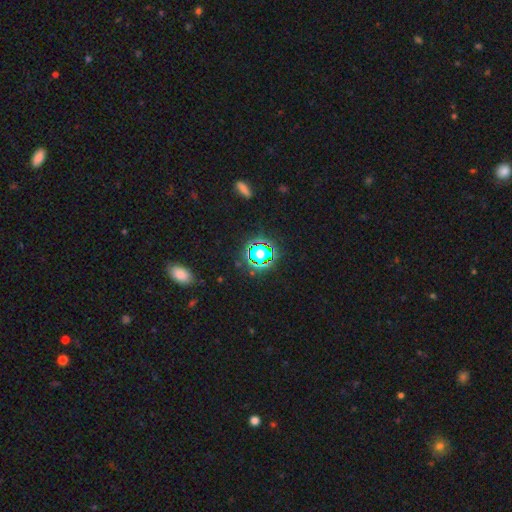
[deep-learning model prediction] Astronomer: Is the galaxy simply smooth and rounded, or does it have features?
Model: star or artifact — 64%.